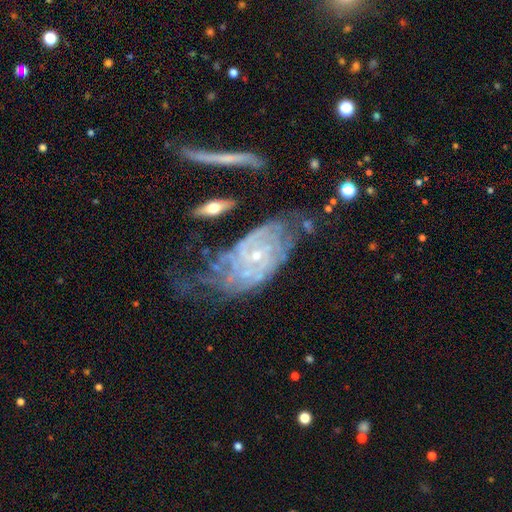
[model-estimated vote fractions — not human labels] This is clearly a featured or disk galaxy (85%). It is clearly not viewed edge-on (94%). Bar: likely no (72%). Spiral arm pattern: clearly yes (92%). Spiral arm count: possibly can't tell (47%). Spiral winding: likely tight (71%). Central bulge: likely small (78%). Merging: marginally none (43%).